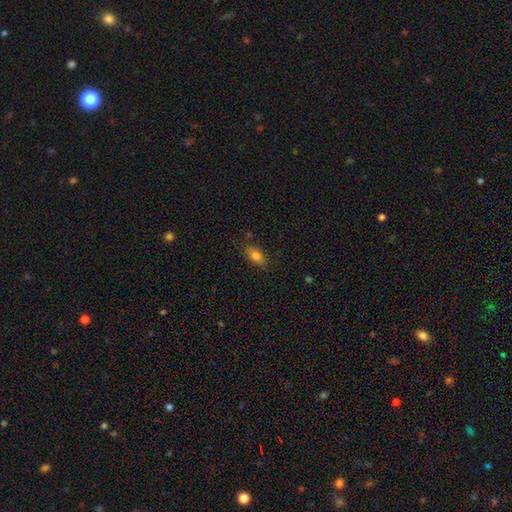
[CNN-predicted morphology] Q: Smooth or featured?
A: smooth (81%); runner-up: star or artifact (9%)
Q: How rounded?
A: in between (87%); runner-up: cigar-shaped (8%)
Q: Merging?
A: none (80%); runner-up: minor disturbance (14%)